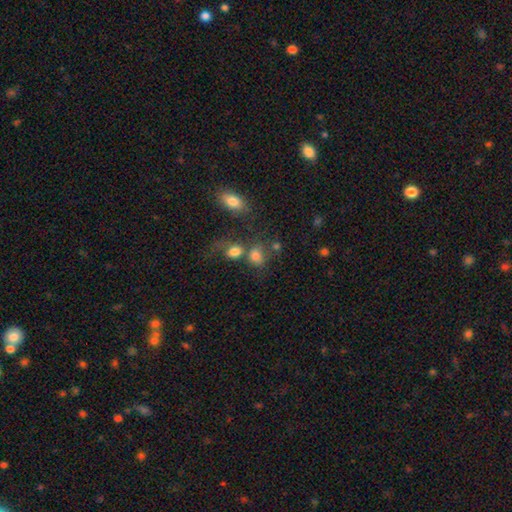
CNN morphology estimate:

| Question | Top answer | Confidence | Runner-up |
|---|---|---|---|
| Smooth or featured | smooth | 77% | star or artifact (13%) |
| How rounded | round | 52% | in between (46%) |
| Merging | none | 40% | merger (37%) |